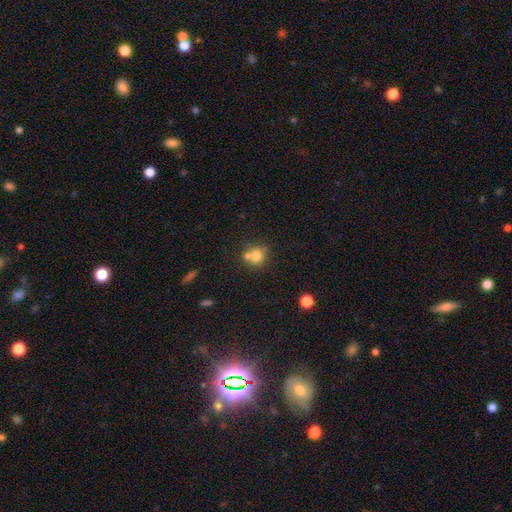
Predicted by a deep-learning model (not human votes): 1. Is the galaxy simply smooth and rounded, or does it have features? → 75% smooth, 13% featured or disk, 12% star or artifact.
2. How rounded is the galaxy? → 81% round, 18% in between, 1% cigar-shaped.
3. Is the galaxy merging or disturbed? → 47% none, 40% merger, 10% minor disturbance, 4% major disturbance.